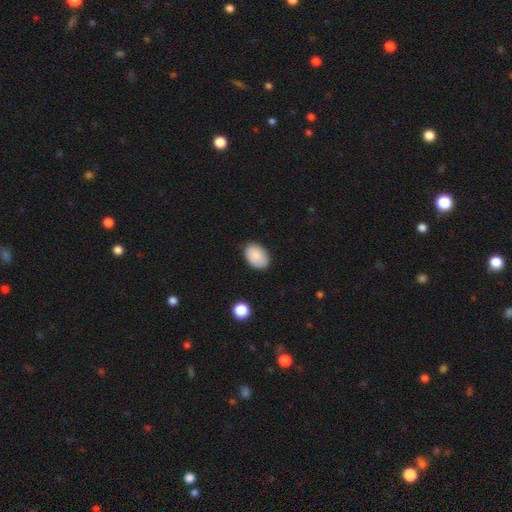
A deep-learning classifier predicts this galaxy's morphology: The model was most divided on "merging": none: 84%, minor disturbance: 12%, major disturbance: 2%, merger: 1%. More confident: smooth or featured — smooth (88%); how rounded — in between (86%).